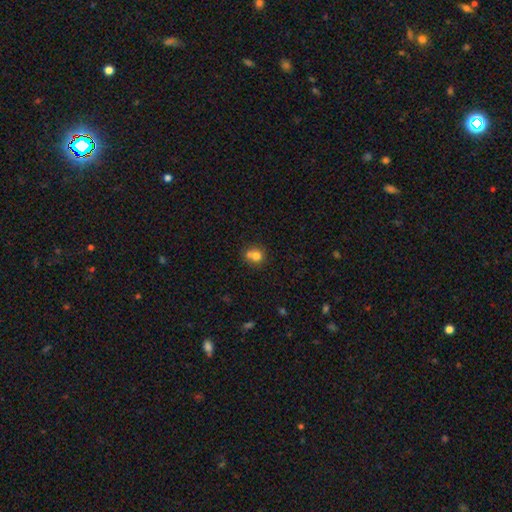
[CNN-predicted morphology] Q: Smooth or featured?
A: smooth (74%); runner-up: featured or disk (14%)
Q: How rounded?
A: round (79%); runner-up: in between (21%)
Q: Merging?
A: merger (49%); runner-up: none (38%)